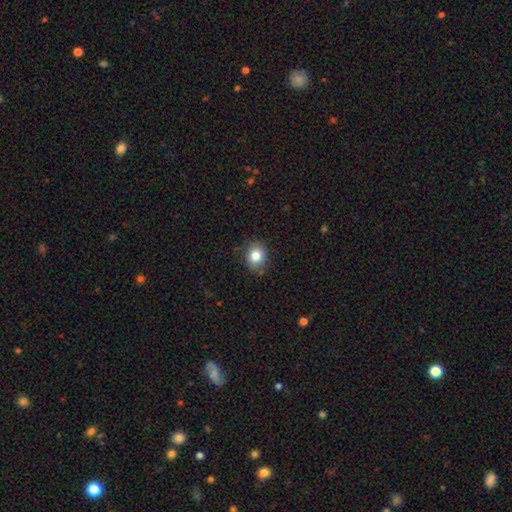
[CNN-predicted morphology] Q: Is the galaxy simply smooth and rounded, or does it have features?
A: smooth — 83%.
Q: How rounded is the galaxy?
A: round — 61%.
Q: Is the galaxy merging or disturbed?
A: none — 84%.